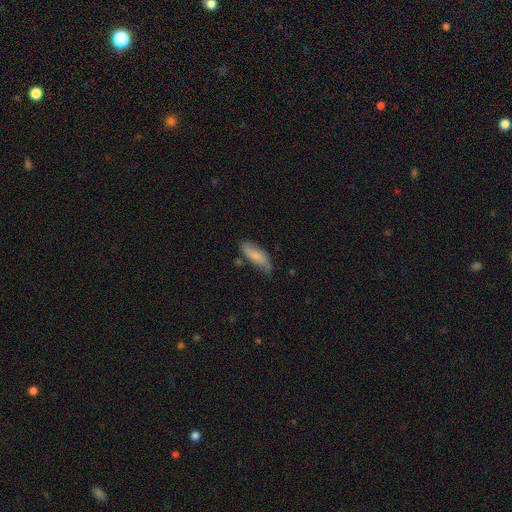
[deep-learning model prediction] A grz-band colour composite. It shows a smooth galaxy with no disk features (67%) that is in between round and cigar-shaped (64%). Merging: none (63%).